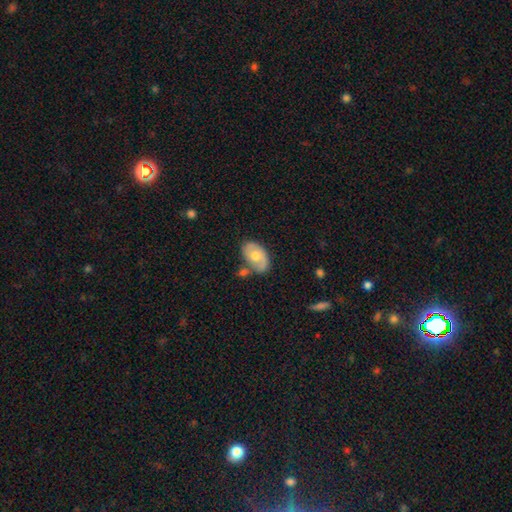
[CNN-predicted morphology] Smooth or featured? Predicted: smooth (p=0.52). How rounded? Predicted: in between (p=0.88). Merging? Predicted: none (p=0.57).